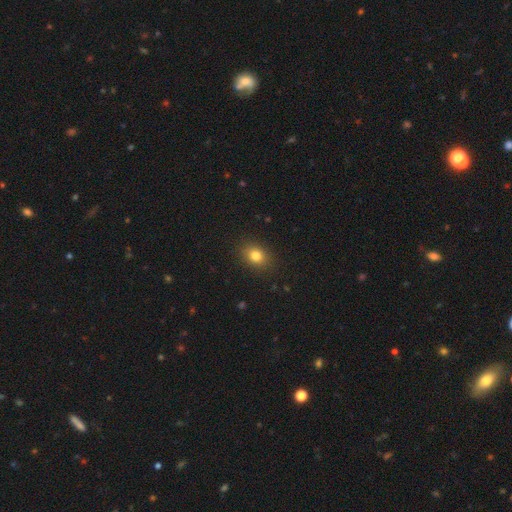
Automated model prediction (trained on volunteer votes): Morphology: type=smooth (81%); roundness=in between (51%); merging=none (88%).